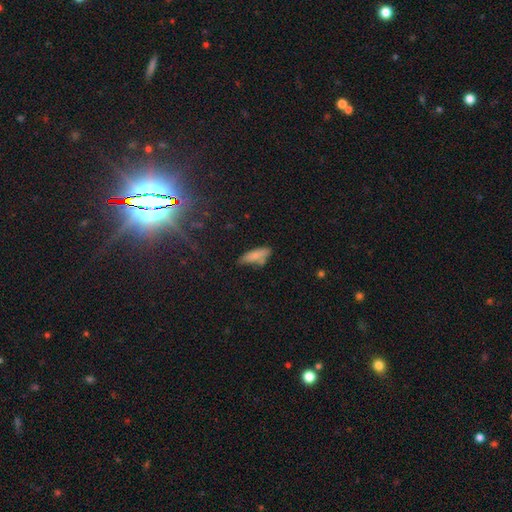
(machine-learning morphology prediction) Smooth or featured?
  - smooth: 79% *
  - featured or disk: 12%
  - star or artifact: 9%
How rounded?
  - in between: 58% *
  - cigar-shaped: 40%
  - round: 2%
Merging?
  - none: 53% *
  - minor disturbance: 29%
  - merger: 10%
  - major disturbance: 8%